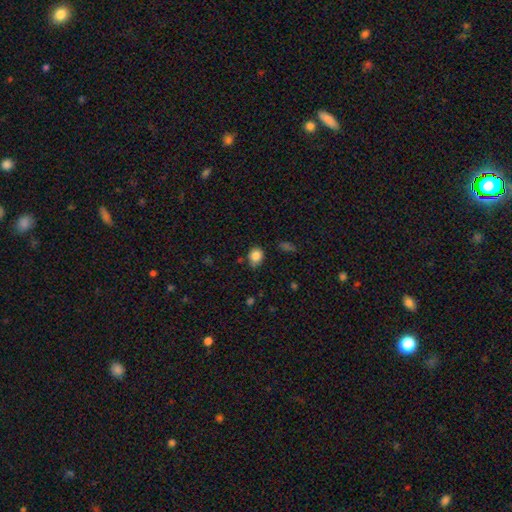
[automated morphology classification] smooth 84%, star or artifact 10%, featured or disk 6%. Down the decision tree: how rounded — round (67%); merging — none (68%).